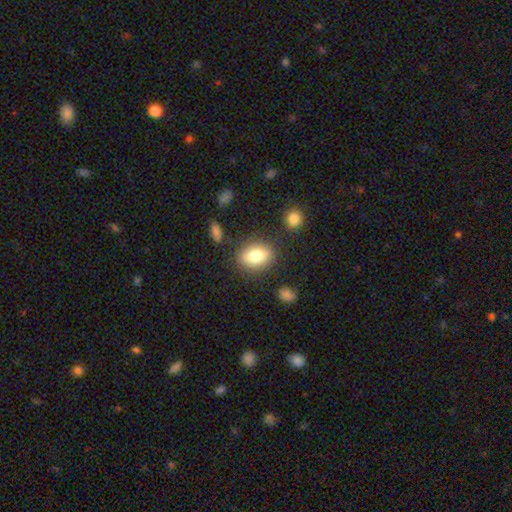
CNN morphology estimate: smooth_or_featured: smooth (p=0.80) [alt: featured or disk p=0.12]
how_rounded: in between (p=0.79) [alt: round p=0.16]
merging: none (p=0.79) [alt: minor disturbance p=0.13]